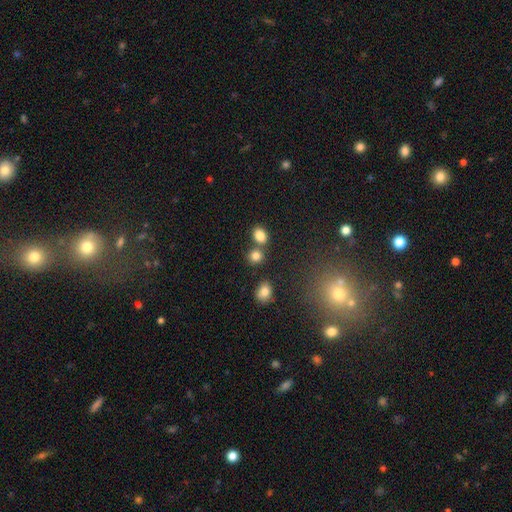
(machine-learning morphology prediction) Smooth or featured?
  - smooth: 83% *
  - star or artifact: 11%
  - featured or disk: 6%
How rounded?
  - round: 63% *
  - in between: 36%
  - cigar-shaped: 1%
Merging?
  - none: 63% *
  - merger: 25%
  - minor disturbance: 9%
  - major disturbance: 3%